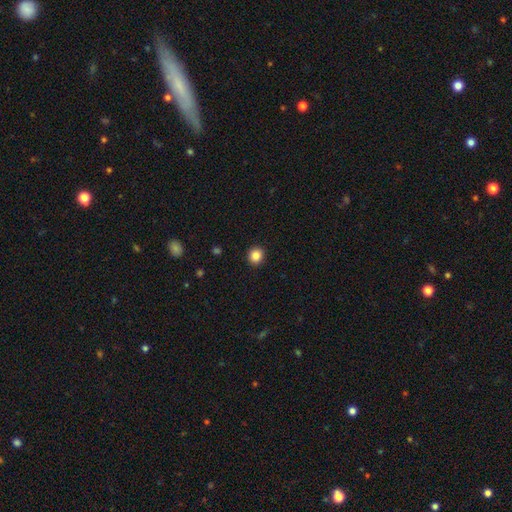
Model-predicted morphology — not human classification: Smooth or featured?
  - smooth: 86% *
  - star or artifact: 10%
  - featured or disk: 4%
How rounded?
  - round: 90% *
  - in between: 10%
  - cigar-shaped: 1%
Merging?
  - none: 93% *
  - minor disturbance: 5%
  - major disturbance: 2%
  - merger: 1%